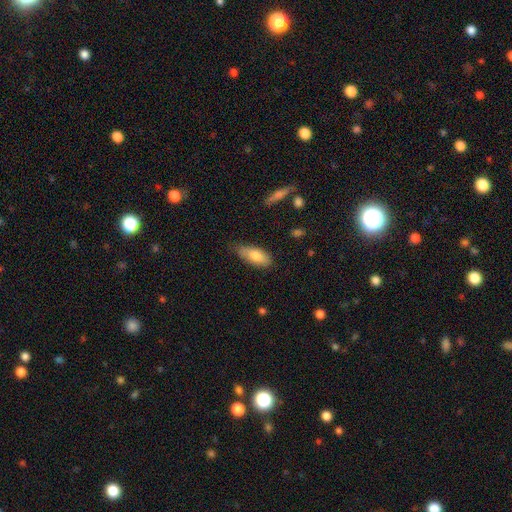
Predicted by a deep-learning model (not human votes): smooth_or_featured: smooth (p=0.80) [alt: featured or disk p=0.14]
how_rounded: in between (p=0.80) [alt: cigar-shaped p=0.18]
merging: none (p=0.69) [alt: minor disturbance p=0.25]